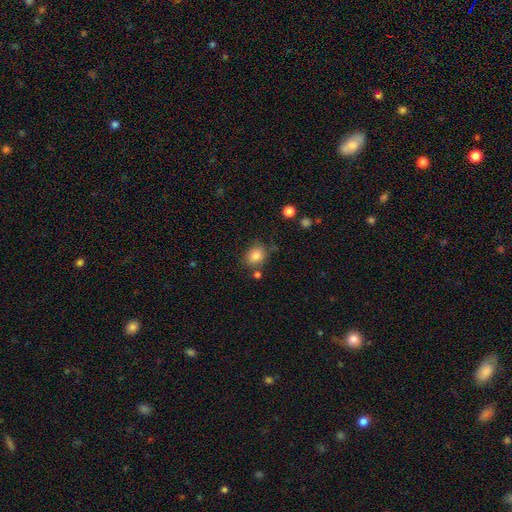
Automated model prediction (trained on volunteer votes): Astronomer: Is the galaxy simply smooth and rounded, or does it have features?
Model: smooth — 83%.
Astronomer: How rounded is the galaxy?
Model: round — 56% (runner-up: in between, 43%).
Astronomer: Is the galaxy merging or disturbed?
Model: none — 72%.